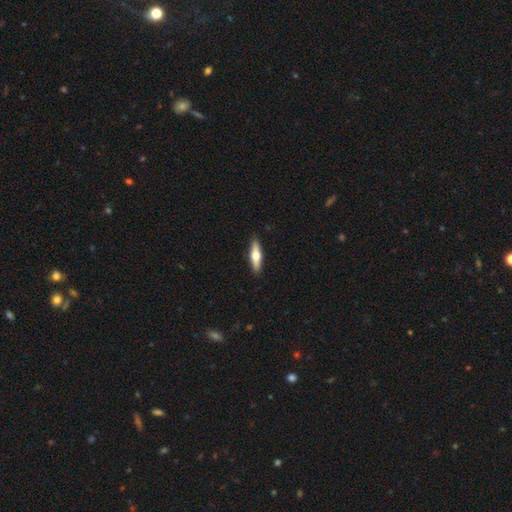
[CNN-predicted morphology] Smooth or featured? smooth (51%)
How rounded? cigar-shaped (64%)
Merging? none (90%)